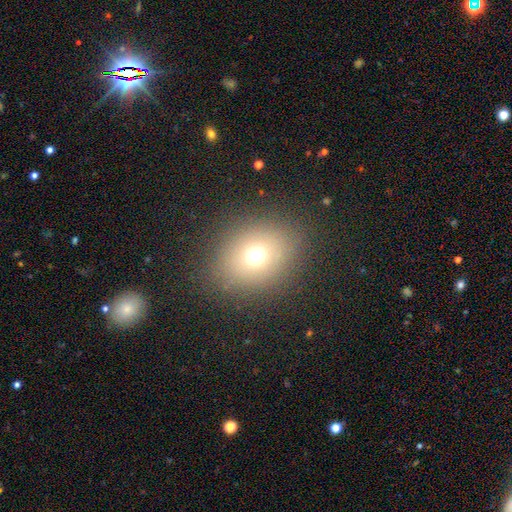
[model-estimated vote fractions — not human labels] Smooth or featured?
  - smooth: 67% *
  - star or artifact: 20%
  - featured or disk: 13%
How rounded?
  - round: 60% *
  - in between: 39%
  - cigar-shaped: 1%
Merging?
  - none: 85% *
  - minor disturbance: 9%
  - major disturbance: 5%
  - merger: 1%